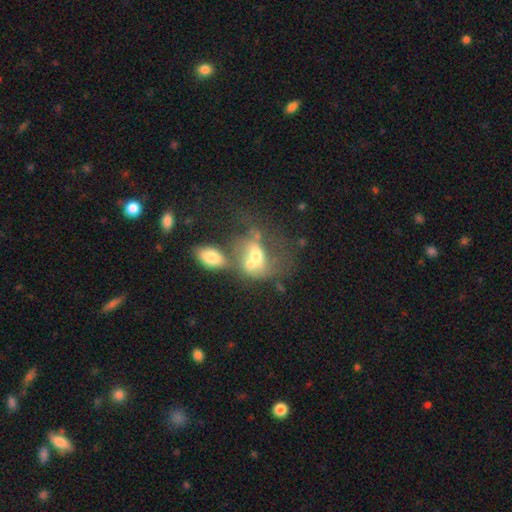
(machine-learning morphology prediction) The model was most divided on "smooth or featured": smooth: 53%, featured or disk: 36%, star or artifact: 12%. More confident: how rounded — in between (68%); merging — merger (57%).